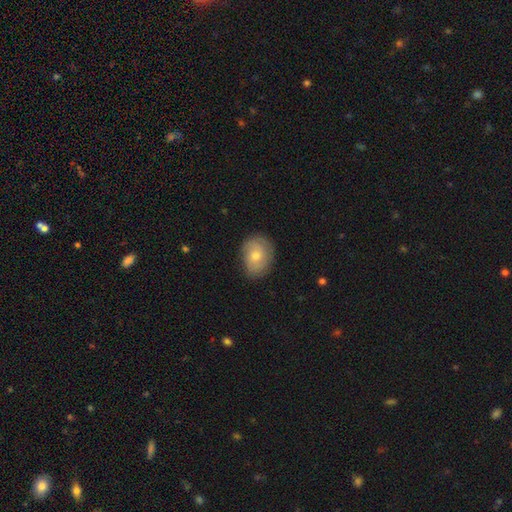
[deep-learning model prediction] The model was most divided on "smooth or featured": smooth: 59%, featured or disk: 33%, star or artifact: 8%. More confident: merging — none (77%); how rounded — in between (64%).